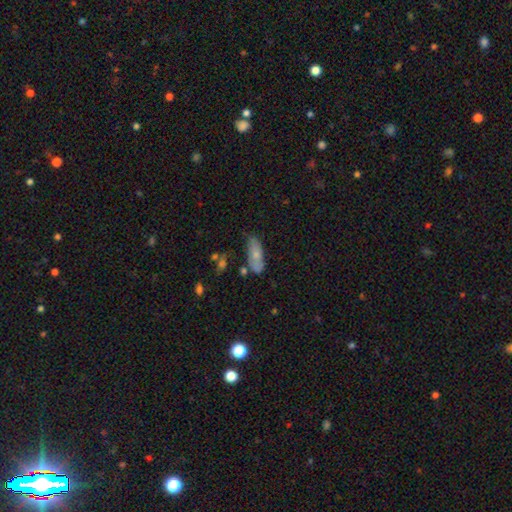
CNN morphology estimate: The model was most divided on "merging": none: 65%, minor disturbance: 23%, merger: 7%, major disturbance: 5%. More confident: how rounded — in between (72%); smooth or featured — smooth (70%).